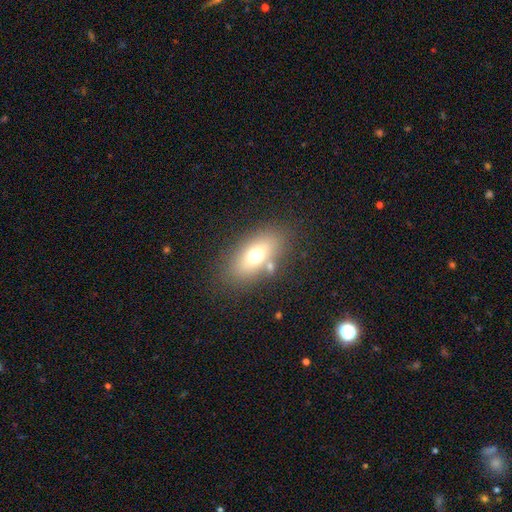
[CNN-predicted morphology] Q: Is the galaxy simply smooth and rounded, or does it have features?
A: smooth — 67%.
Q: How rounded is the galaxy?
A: in between — 83%.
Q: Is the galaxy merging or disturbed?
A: none — 75%.